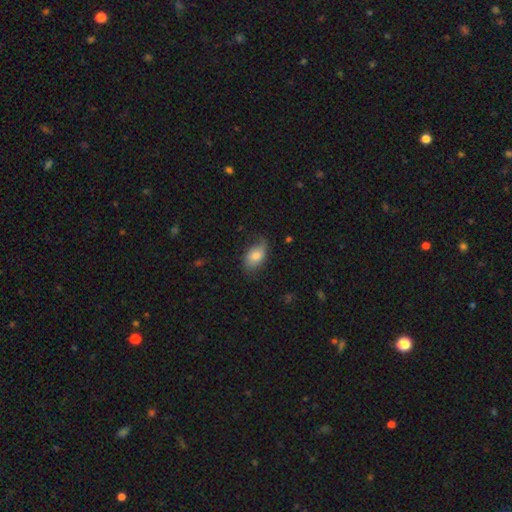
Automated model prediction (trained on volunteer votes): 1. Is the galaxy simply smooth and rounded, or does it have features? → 74% smooth, 19% featured or disk, 7% star or artifact.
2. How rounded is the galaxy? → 91% in between, 7% round, 2% cigar-shaped.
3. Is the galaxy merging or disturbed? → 65% none, 26% minor disturbance, 7% major disturbance, 1% merger.